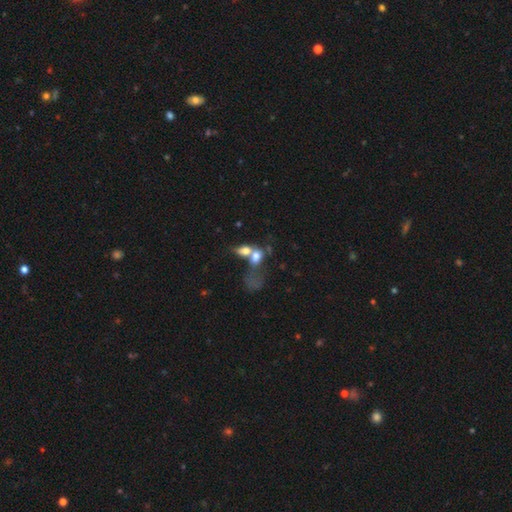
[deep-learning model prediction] This appears to be a smooth galaxy with no disk features (64%) that is in between round and cigar-shaped (67%). Merging: merger (69%).